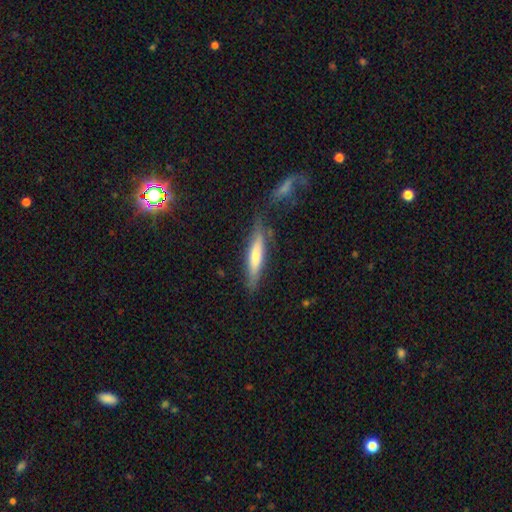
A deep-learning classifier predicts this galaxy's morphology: Smooth or featured?
  - smooth: 61% *
  - featured or disk: 33%
  - star or artifact: 6%
How rounded?
  - cigar-shaped: 83% *
  - in between: 15%
  - round: 2%
Merging?
  - none: 70% *
  - minor disturbance: 18%
  - major disturbance: 6%
  - merger: 5%